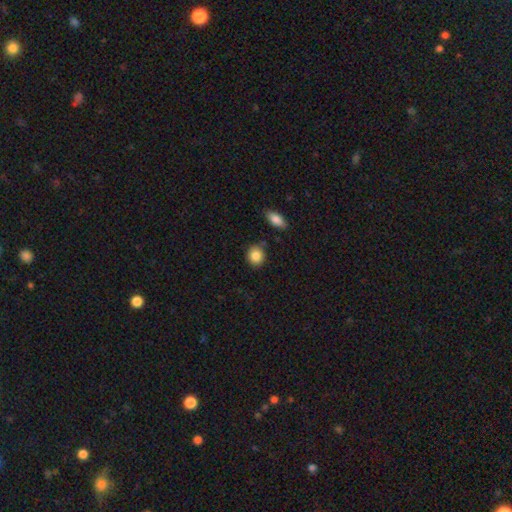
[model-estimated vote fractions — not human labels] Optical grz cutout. It shows a smooth galaxy with no disk features (86%) that is round (76%). Merging: none (82%).